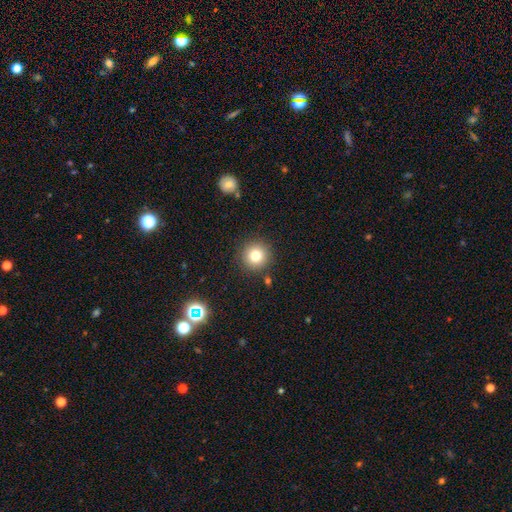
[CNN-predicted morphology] Overall: smooth (79%). How rounded: round (95%). Merging: none (88%).